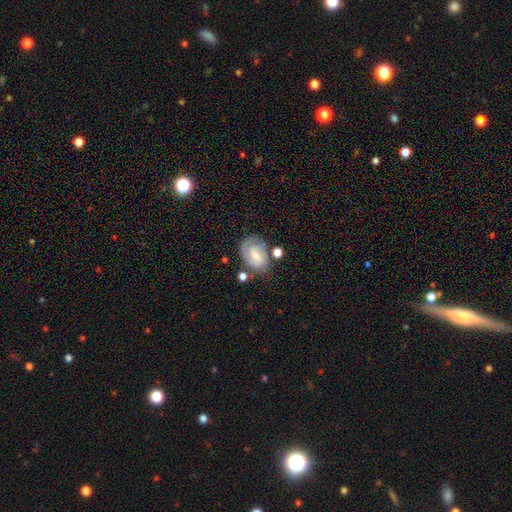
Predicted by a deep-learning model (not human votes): smooth-or-featured: featured or disk: 66% | smooth: 27% | star or artifact: 7%
  disk-edge-on: no: 97% | yes: 3%
    bar: weak: 50% | no: 38% | strong: 13%
    has-spiral-arms: yes: 88% | no: 12%
      spiral-winding: tight: 56% | medium: 34% | loose: 11%
      spiral-arm-count: 2: 50% | can't tell: 22% | 1: 19% | 3: 6% | 4: 2% | more than 4: 2%
    bulge-size: small: 56% | moderate: 32% | none: 8% | large: 3% | dominant: 1%
  merging: none: 62% | minor disturbance: 21% | major disturbance: 9% | merger: 8%